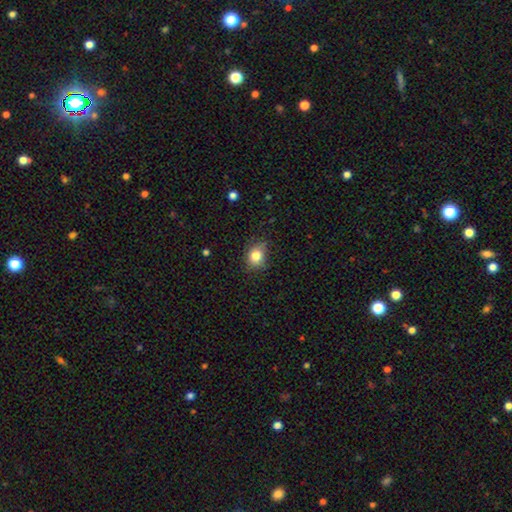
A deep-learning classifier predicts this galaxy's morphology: Smooth or featured: smooth — 81% (star or artifact — 11%)
How rounded: round — 57% (in between — 42%)
Merging: none — 74% (minor disturbance — 20%)